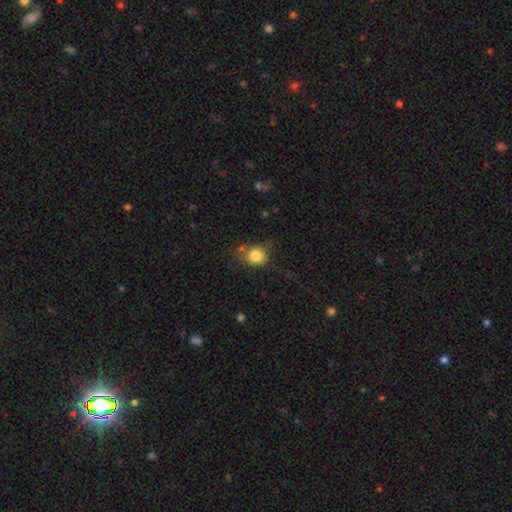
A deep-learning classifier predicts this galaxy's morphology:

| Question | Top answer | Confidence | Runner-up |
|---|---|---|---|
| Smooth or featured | smooth | 82% | star or artifact (11%) |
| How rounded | round | 85% | in between (15%) |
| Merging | none | 63% | minor disturbance (20%) |